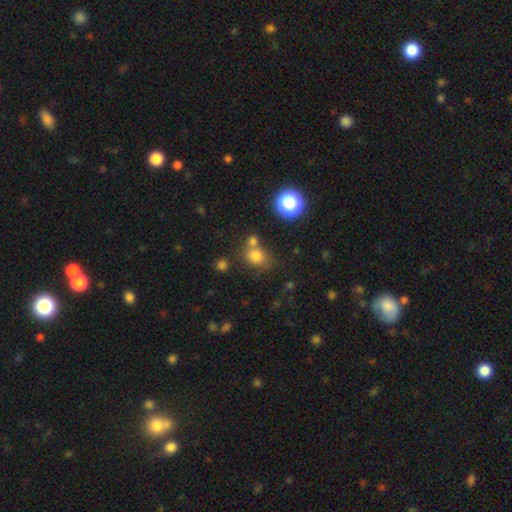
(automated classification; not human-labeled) Smooth or featured? Predicted: smooth (p=0.76). How rounded? Predicted: round (p=0.62). Merging? Predicted: none (p=0.54).